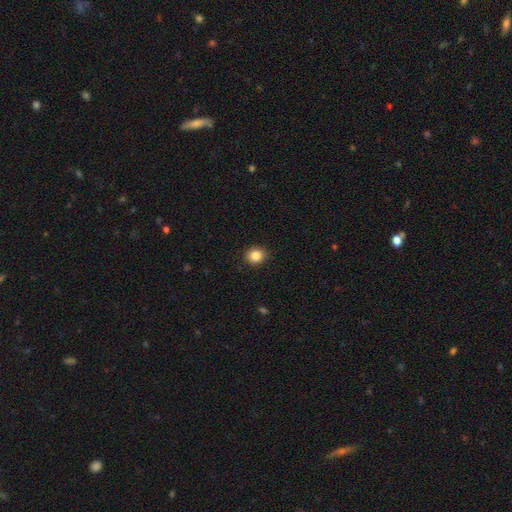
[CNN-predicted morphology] A smooth galaxy with no disk features (86%) that is round (78%).

Vote fractions:
- Smooth or featured? smooth: 86% / star or artifact: 10% / featured or disk: 4%
- How rounded? round: 78% / in between: 21% / cigar-shaped: 1%
- Merging? none: 89% / minor disturbance: 8% / major disturbance: 2% / merger: 1%